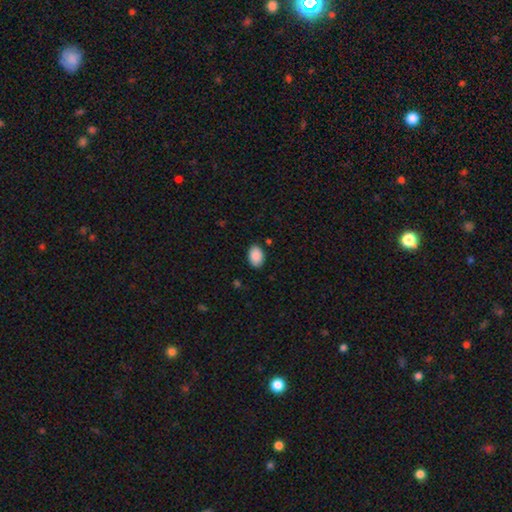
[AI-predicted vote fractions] Smooth or featured?
  - smooth: 90% *
  - star or artifact: 7%
  - featured or disk: 3%
How rounded?
  - in between: 85% *
  - round: 14%
  - cigar-shaped: 1%
Merging?
  - none: 87% *
  - minor disturbance: 9%
  - major disturbance: 2%
  - merger: 1%